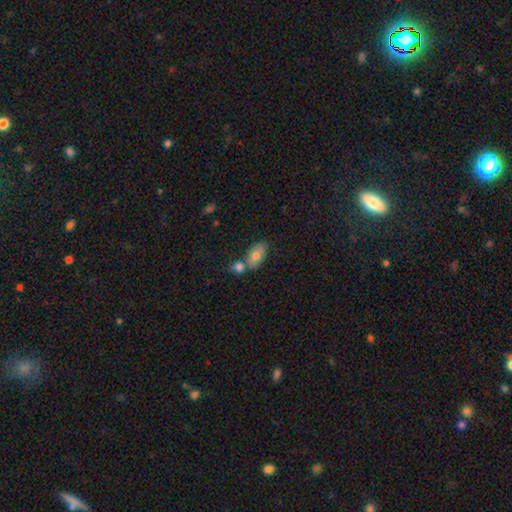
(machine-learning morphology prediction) This appears to be a smooth galaxy with no disk features (72%) that is in between round and cigar-shaped (90%). Merging: none (47%).